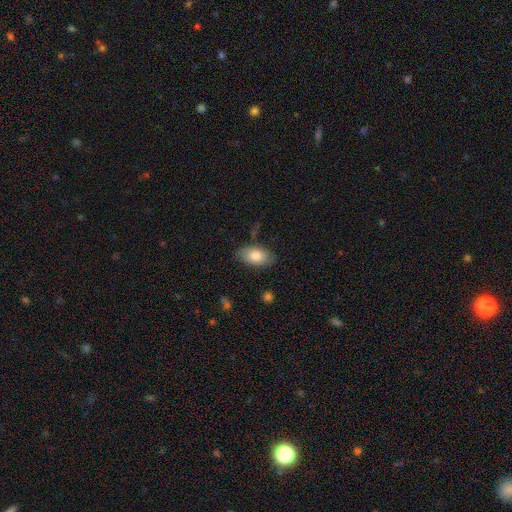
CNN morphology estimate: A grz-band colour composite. It shows a smooth galaxy with no disk features (80%) that is in between round and cigar-shaped (93%). Merging: none (80%).